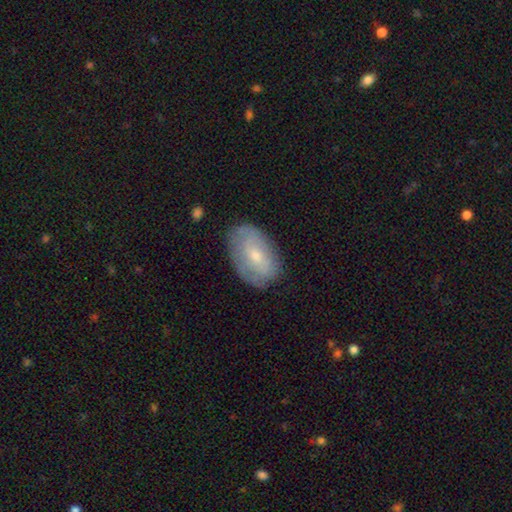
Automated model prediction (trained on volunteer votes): Morphology: type=smooth (47%); merging=none (74%).